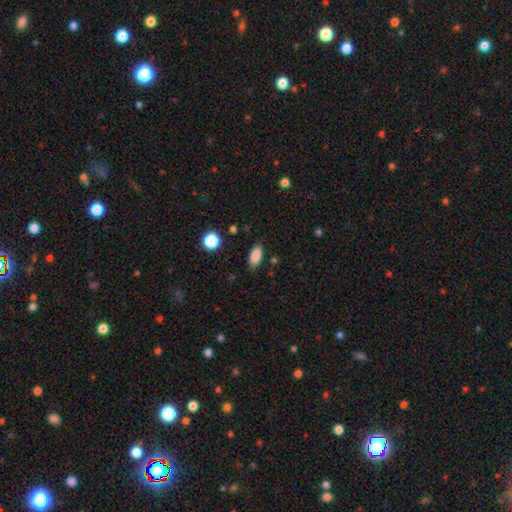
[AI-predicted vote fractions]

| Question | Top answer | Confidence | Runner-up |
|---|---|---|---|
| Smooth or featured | smooth | 86% | star or artifact (8%) |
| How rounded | in between | 86% | cigar-shaped (10%) |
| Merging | none | 83% | minor disturbance (12%) |